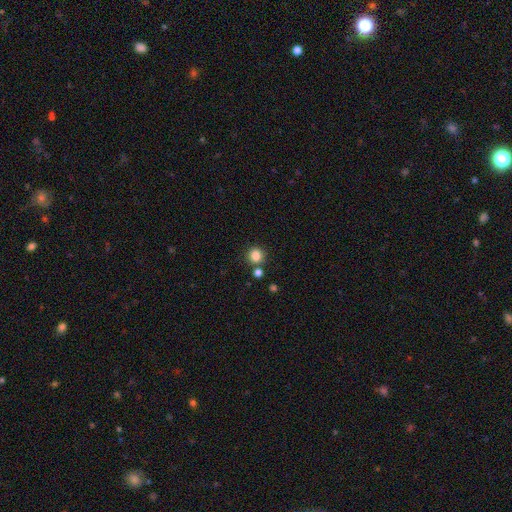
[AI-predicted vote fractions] smooth_or_featured: smooth (p=0.84) [alt: star or artifact p=0.12]
how_rounded: round (p=0.84) [alt: in between p=0.15]
merging: none (p=0.75) [alt: merger p=0.12]